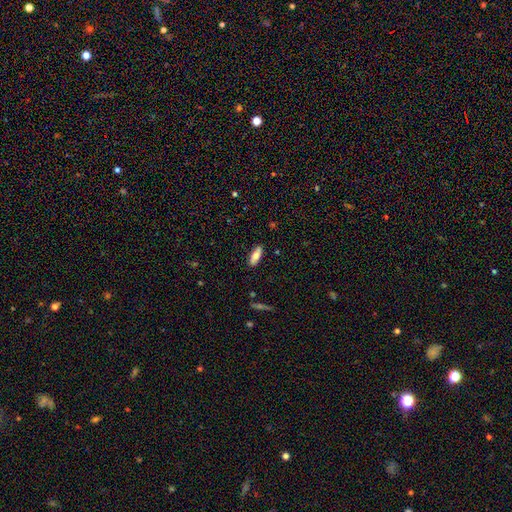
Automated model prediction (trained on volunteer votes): smooth_or_featured: smooth (p=0.79) [alt: featured or disk p=0.15]
how_rounded: in between (p=0.66) [alt: cigar-shaped p=0.32]
merging: none (p=0.87) [alt: minor disturbance p=0.10]